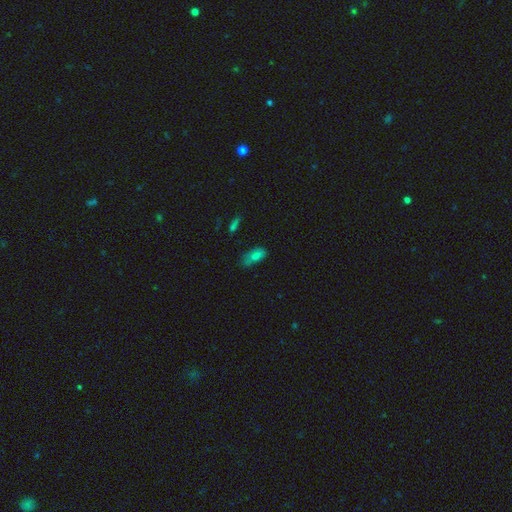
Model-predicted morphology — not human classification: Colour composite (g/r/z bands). It shows a smooth galaxy with no disk features (76%) that is in between round and cigar-shaped (83%). Merging: none (51%).